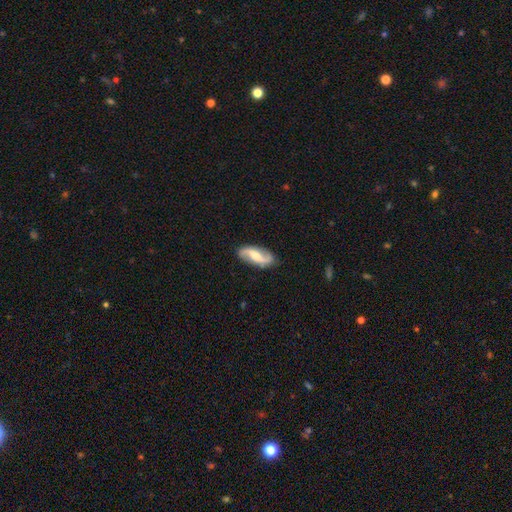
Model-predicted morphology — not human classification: Smooth or featured? Predicted: featured or disk (p=0.81). Edge-on disk? Predicted: no (p=0.95). Bar? Predicted: weak (p=0.43). Spiral arms? Predicted: yes (p=0.96). Spiral winding? Predicted: loose (p=0.62). Spiral arm count? Predicted: 2 (p=0.93). Bulge size? Predicted: moderate (p=0.51). Merging? Predicted: none (p=0.85).